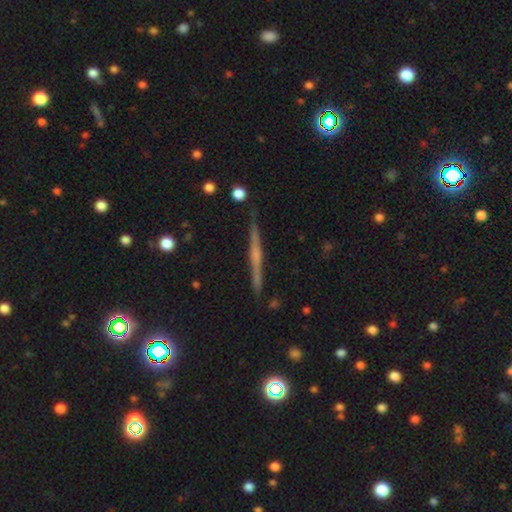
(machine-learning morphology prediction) smooth_or_featured: featured or disk (p=0.68) [alt: smooth p=0.23]
disk_edge_on: yes (p=0.98) [alt: no p=0.02]
edge_on_bulge: none (p=0.45) [alt: rounded p=0.43]
merging: none (p=0.90) [alt: minor disturbance p=0.07]